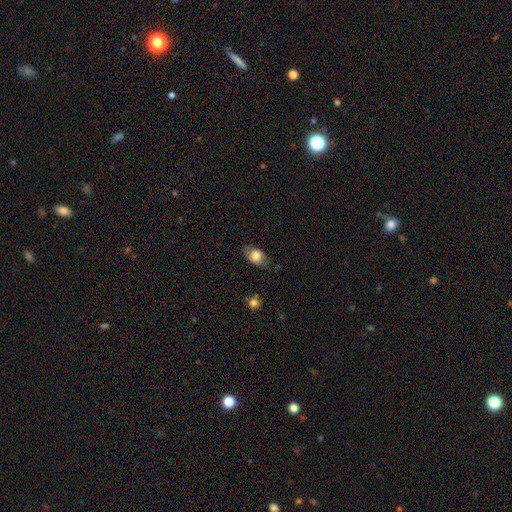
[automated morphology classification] A smooth galaxy with no disk features (76%) that is in between round and cigar-shaped (80%). Merging: none (74%).